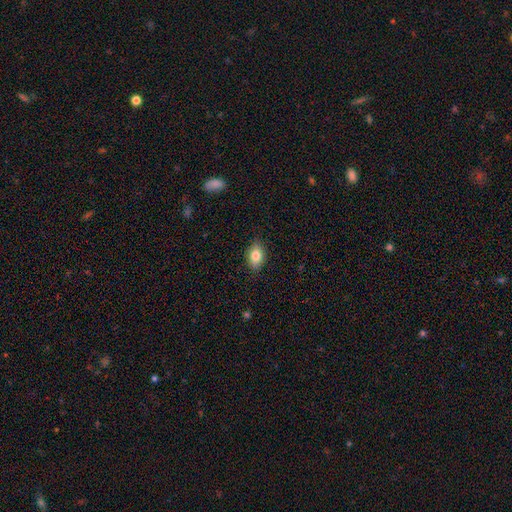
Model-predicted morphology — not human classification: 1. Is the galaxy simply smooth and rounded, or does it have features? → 81% smooth, 11% featured or disk, 8% star or artifact.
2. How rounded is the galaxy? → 85% in between, 12% round, 3% cigar-shaped.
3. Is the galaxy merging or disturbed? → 86% none, 11% minor disturbance, 2% major disturbance, 1% merger.